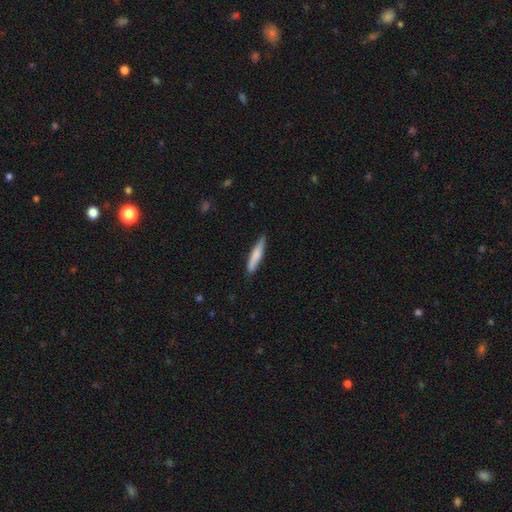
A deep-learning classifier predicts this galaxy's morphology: A smooth galaxy with no disk features (74%) that is cigar-shaped (89%).

Vote fractions:
- Smooth or featured? smooth: 74% / featured or disk: 21% / star or artifact: 5%
- How rounded? cigar-shaped: 89% / in between: 9% / round: 1%
- Merging? none: 83% / minor disturbance: 13% / major disturbance: 2% / merger: 1%